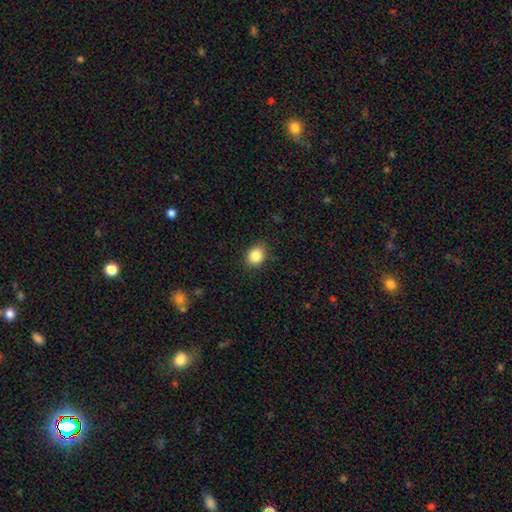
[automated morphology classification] smooth-or-featured: smooth: 86% | star or artifact: 10% | featured or disk: 5%
  how-rounded: round: 57% | in between: 42% | cigar-shaped: 1%
  merging: none: 85% | minor disturbance: 11% | major disturbance: 3% | merger: 1%